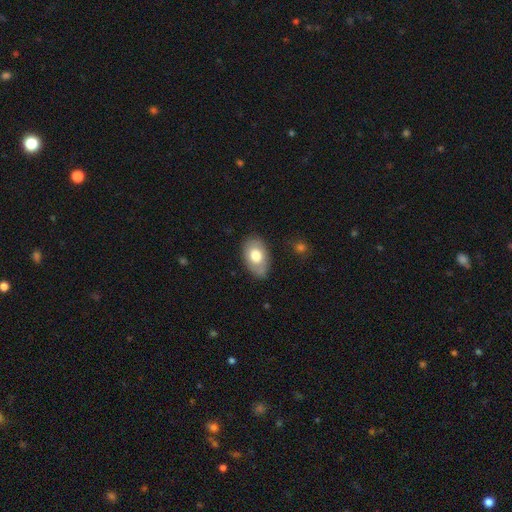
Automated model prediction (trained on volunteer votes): The model was most divided on "smooth or featured": smooth: 71%, featured or disk: 22%, star or artifact: 7%. More confident: how rounded — in between (89%); merging — none (78%).